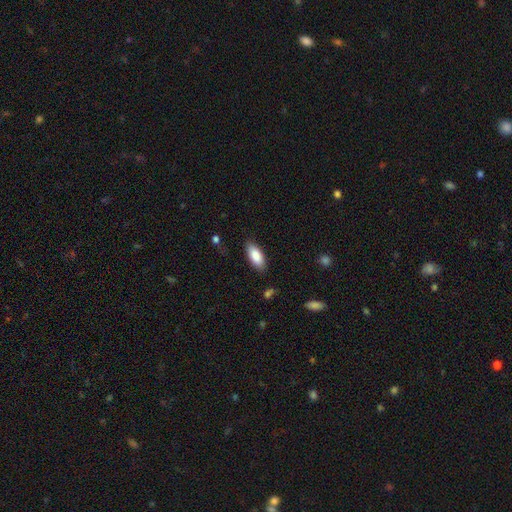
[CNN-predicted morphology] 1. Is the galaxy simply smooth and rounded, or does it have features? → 86% smooth, 8% featured or disk, 6% star or artifact.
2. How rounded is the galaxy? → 83% in between, 15% cigar-shaped, 2% round.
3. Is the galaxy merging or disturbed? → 85% none, 11% minor disturbance, 3% major disturbance, 1% merger.